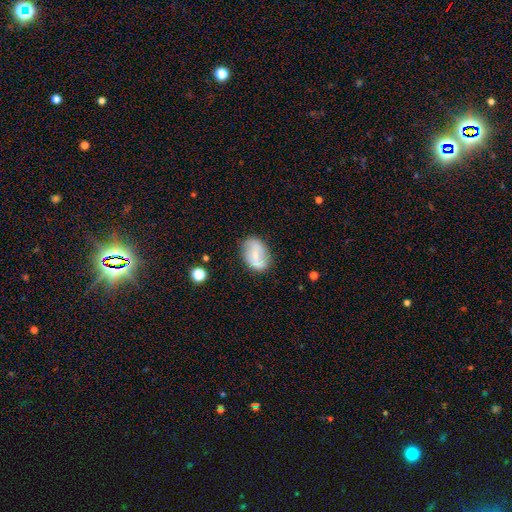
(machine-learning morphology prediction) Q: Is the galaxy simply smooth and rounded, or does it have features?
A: featured or disk — 52%.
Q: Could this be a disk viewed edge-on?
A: no — 96%.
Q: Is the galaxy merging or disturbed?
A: none — 75%.